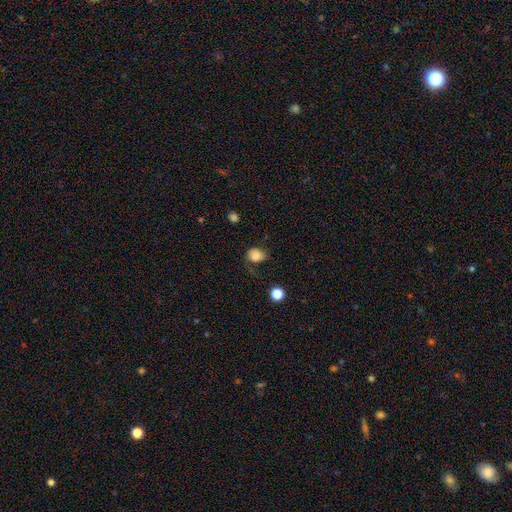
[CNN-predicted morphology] Smooth or featured?
  - smooth: 80% *
  - featured or disk: 10%
  - star or artifact: 10%
How rounded?
  - in between: 52% *
  - round: 47%
  - cigar-shaped: 1%
Merging?
  - none: 46% *
  - minor disturbance: 29%
  - major disturbance: 22%
  - merger: 3%